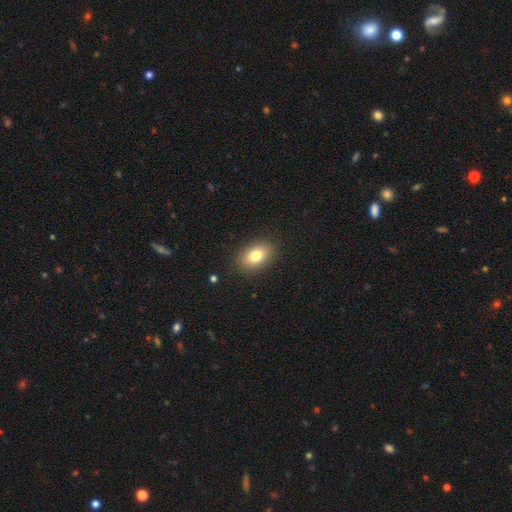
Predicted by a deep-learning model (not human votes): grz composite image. It shows a smooth galaxy with no disk features (80%) that is in between round and cigar-shaped (84%). Merging: none (87%).